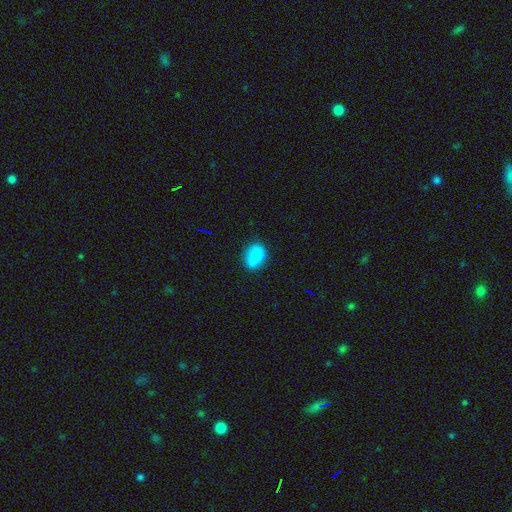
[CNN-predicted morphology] A smooth galaxy with no disk features (81%) that is in between round and cigar-shaped (73%). Merging: none (56%).